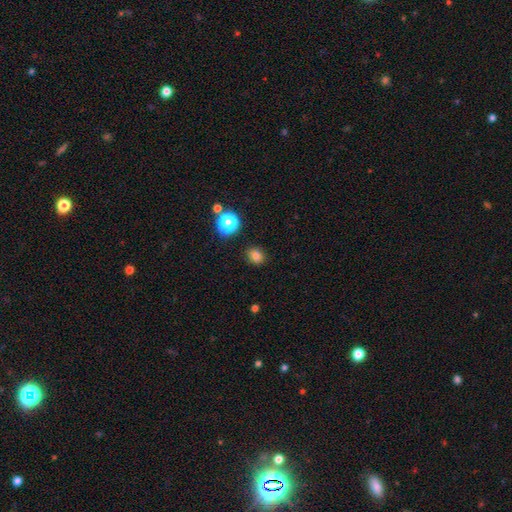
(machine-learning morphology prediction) Smooth or featured? smooth (79%)
How rounded? round (63%)
Merging? none (87%)